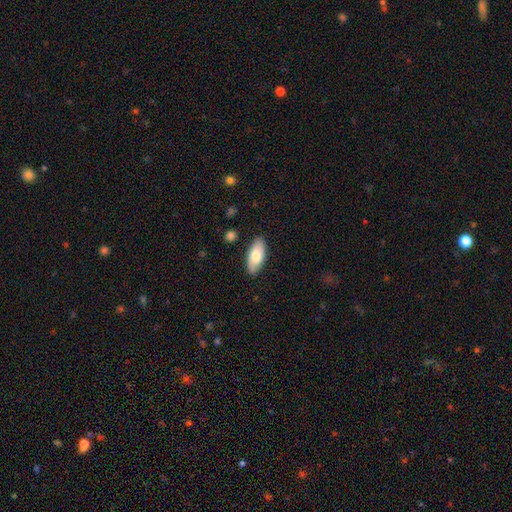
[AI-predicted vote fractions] smooth 76%, featured or disk 18%, star or artifact 6%. Down the decision tree: how rounded — in between (89%); merging — none (86%).